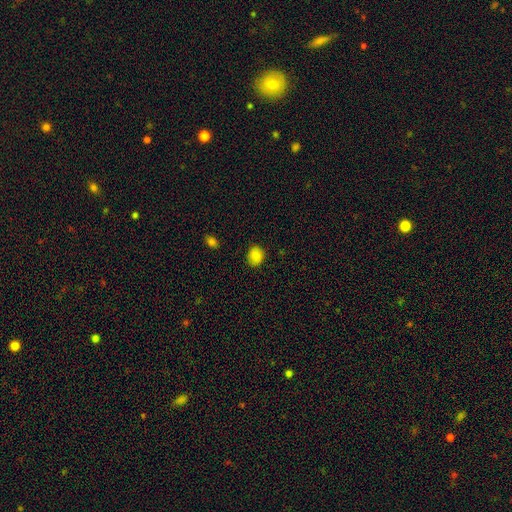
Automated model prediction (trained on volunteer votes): Smooth or featured? Predicted: smooth (p=0.86). How rounded? Predicted: round (p=0.55). Merging? Predicted: none (p=0.85).